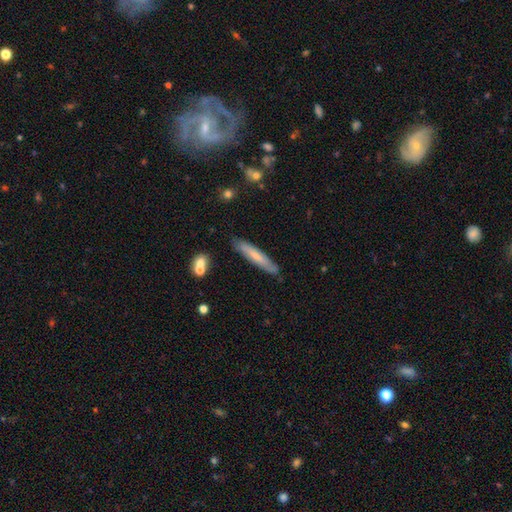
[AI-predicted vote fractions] Smooth or featured? Predicted: smooth (p=0.63). How rounded? Predicted: cigar-shaped (p=0.91). Merging? Predicted: none (p=0.84).